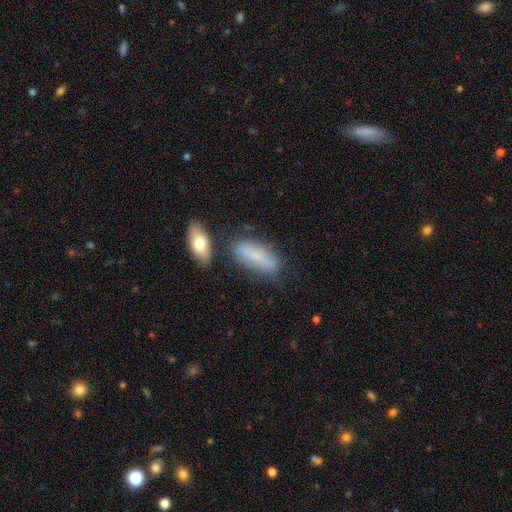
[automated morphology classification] smooth-or-featured: smooth: 71% | featured or disk: 22% | star or artifact: 7%
  how-rounded: in between: 72% | cigar-shaped: 25% | round: 3%
  merging: none: 64% | minor disturbance: 20% | merger: 10% | major disturbance: 6%